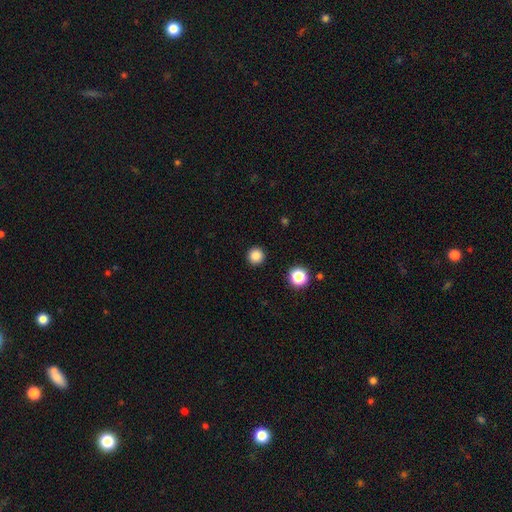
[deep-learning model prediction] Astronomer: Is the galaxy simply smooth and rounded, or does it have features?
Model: smooth — 85%.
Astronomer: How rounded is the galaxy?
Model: round — 96%.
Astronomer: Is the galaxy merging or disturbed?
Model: none — 92%.